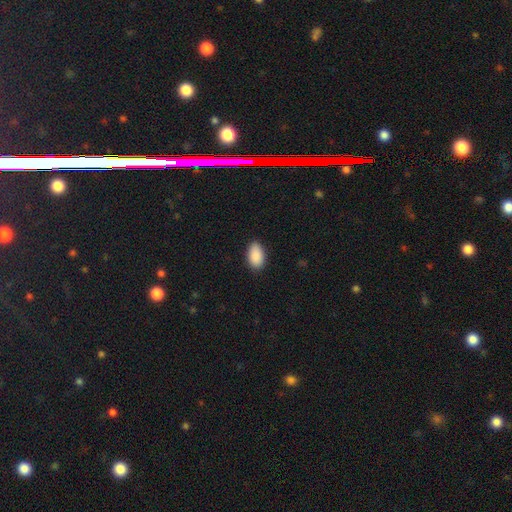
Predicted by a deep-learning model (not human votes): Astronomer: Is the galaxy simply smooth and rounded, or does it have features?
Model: smooth — 90%.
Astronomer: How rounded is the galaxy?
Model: in between — 94%.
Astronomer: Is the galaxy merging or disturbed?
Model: none — 85%.